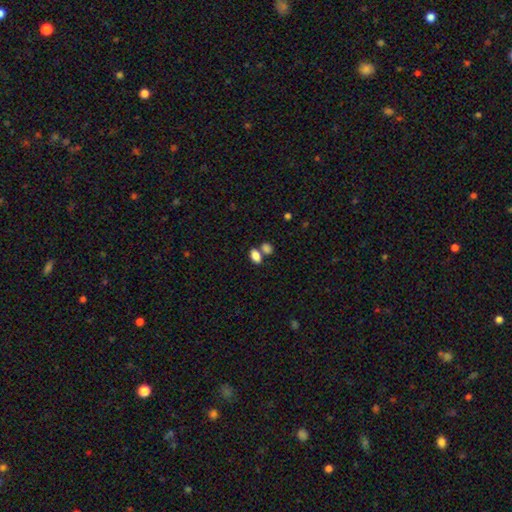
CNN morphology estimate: smooth 84%, star or artifact 9%, featured or disk 6%. Down the decision tree: how rounded — in between (88%); merging — none (50%).